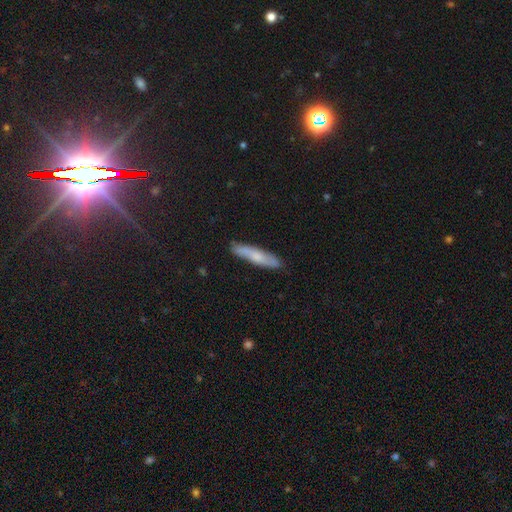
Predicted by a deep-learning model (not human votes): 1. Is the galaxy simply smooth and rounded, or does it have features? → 63% smooth, 31% featured or disk, 6% star or artifact.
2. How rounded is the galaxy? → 87% cigar-shaped, 12% in between, 2% round.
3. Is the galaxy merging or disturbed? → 86% none, 11% minor disturbance, 2% major disturbance, 1% merger.